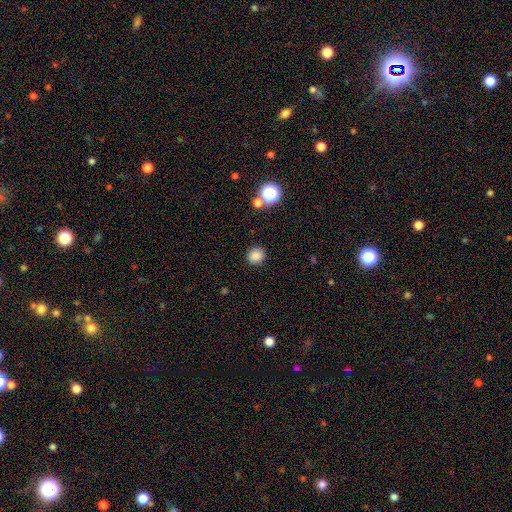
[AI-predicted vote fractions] Smooth or featured? Predicted: smooth (p=0.83). How rounded? Predicted: round (p=0.87). Merging? Predicted: none (p=0.88).